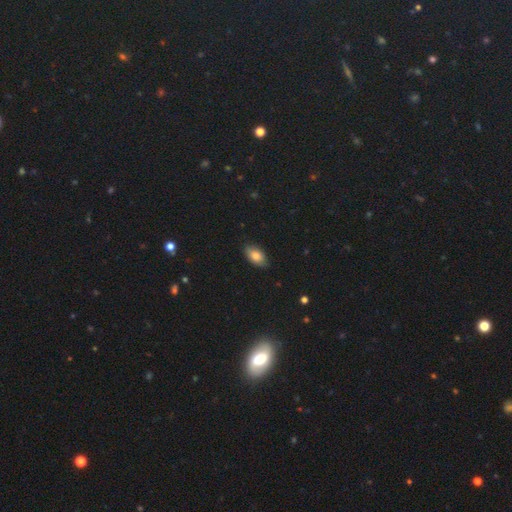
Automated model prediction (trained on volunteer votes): A smooth galaxy with no disk features (80%) that is in between round and cigar-shaped (92%).

Vote fractions:
- Smooth or featured? smooth: 80% / featured or disk: 12% / star or artifact: 8%
- How rounded? in between: 92% / round: 5% / cigar-shaped: 4%
- Merging? none: 82% / minor disturbance: 15% / major disturbance: 2% / merger: 1%